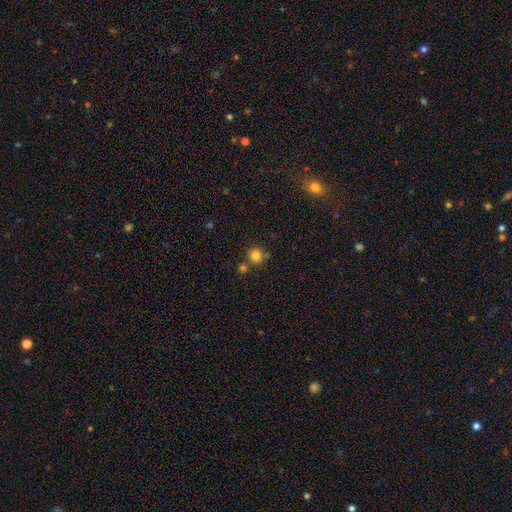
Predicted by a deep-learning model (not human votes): Smooth or featured? Predicted: smooth (p=0.81). How rounded? Predicted: round (p=0.93). Merging? Predicted: none (p=0.73).